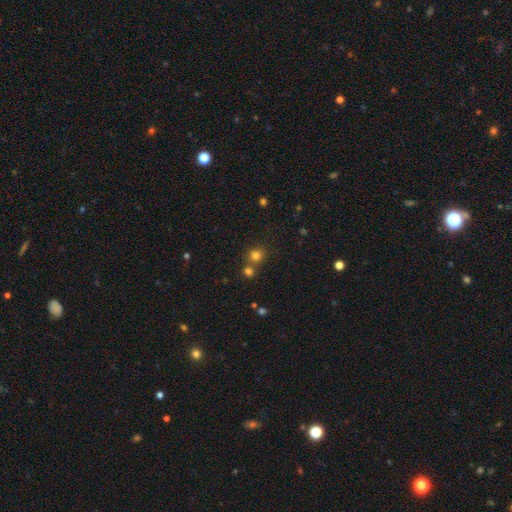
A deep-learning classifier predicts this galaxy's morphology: This is likely a smooth galaxy (77%). How rounded: clearly round (88%). Merging: likely none (65%).